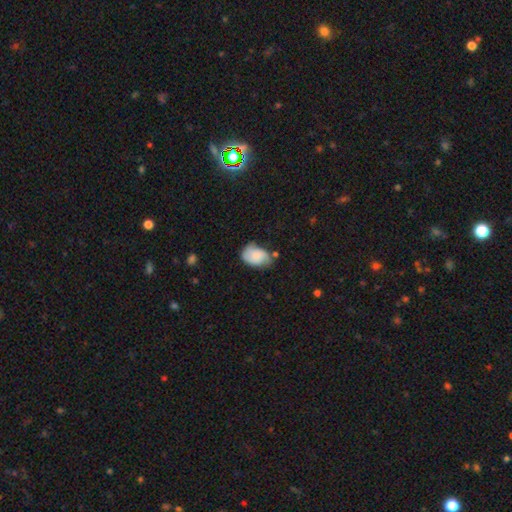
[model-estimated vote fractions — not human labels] Morphology: type=smooth (66%); roundness=in between (83%); merging=none (49%).